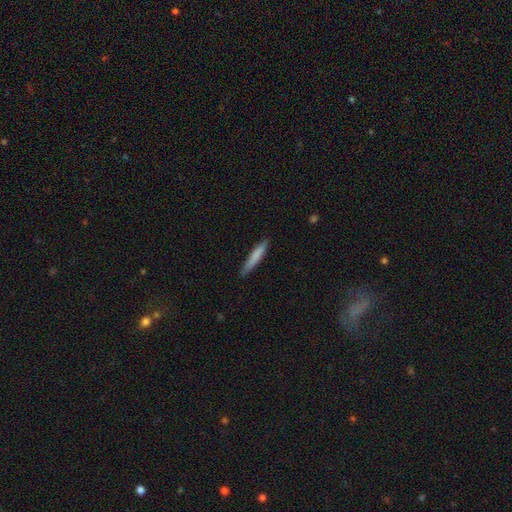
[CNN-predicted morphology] A smooth galaxy with no disk features (77%) that is cigar-shaped (93%). Merging: none (86%).